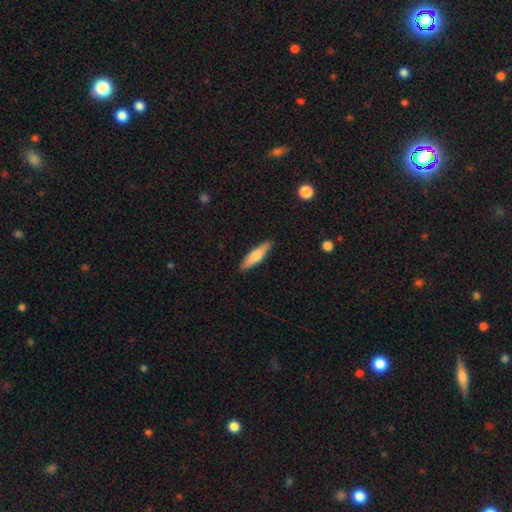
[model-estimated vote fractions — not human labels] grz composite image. It shows a smooth galaxy with no disk features (64%) that is cigar-shaped (71%). Merging: none (89%).